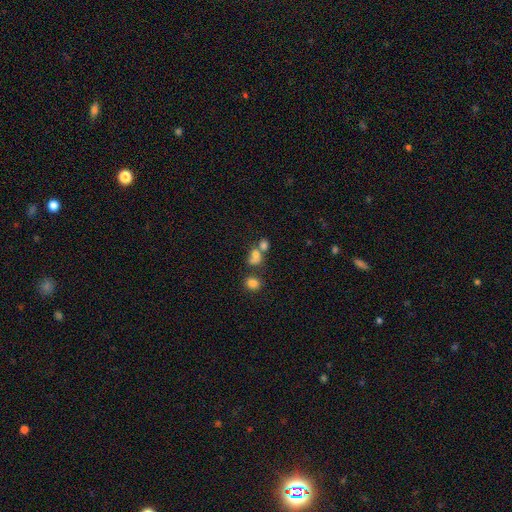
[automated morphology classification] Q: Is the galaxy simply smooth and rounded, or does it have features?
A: smooth — 69%.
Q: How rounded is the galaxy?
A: round — 53%.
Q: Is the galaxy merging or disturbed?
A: merger — 49%.